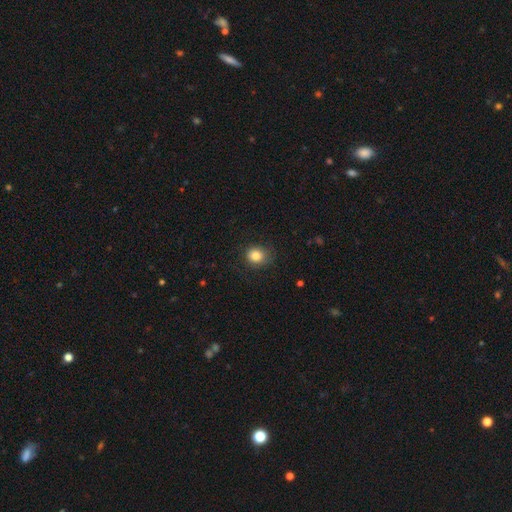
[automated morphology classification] This is clearly a smooth galaxy (83%). How rounded: likely round (72%). Merging: likely none (75%).